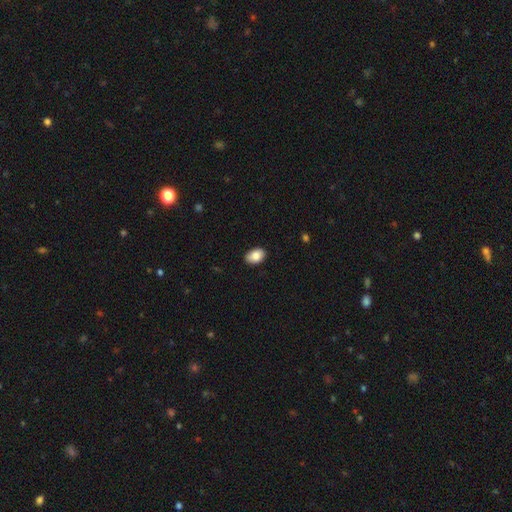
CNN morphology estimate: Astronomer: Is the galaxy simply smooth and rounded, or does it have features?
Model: smooth — 85%.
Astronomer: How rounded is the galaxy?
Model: in between — 86%.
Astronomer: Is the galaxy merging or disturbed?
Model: none — 86%.